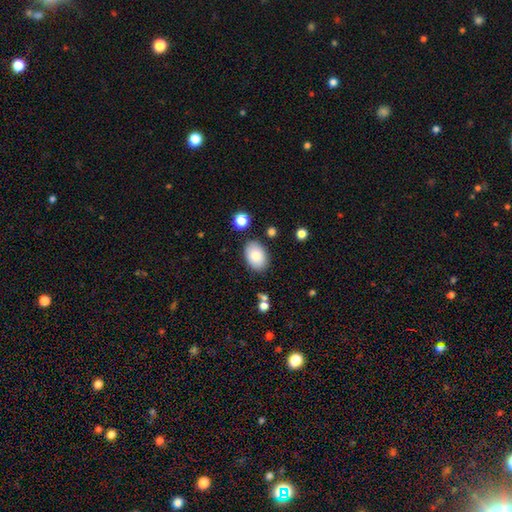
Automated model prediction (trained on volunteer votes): smooth 83%, featured or disk 10%, star or artifact 7%. Down the decision tree: how rounded — in between (89%); merging — none (83%).